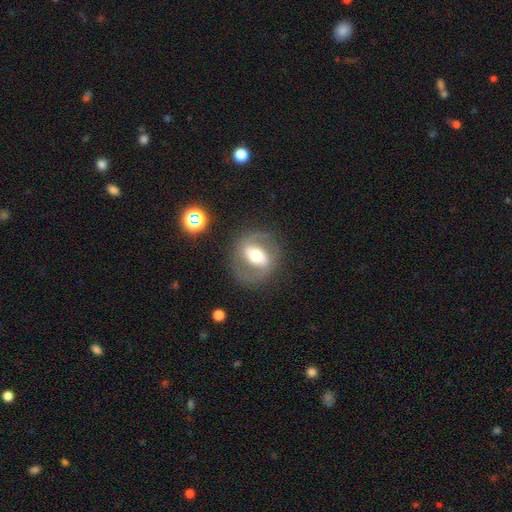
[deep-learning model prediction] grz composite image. It shows a featured or disk galaxy (71%) with a strong bar (48%), 2 (88%) medium (52%) spiral arms (75%) and a moderate central bulge (63%). Merging: none (79%).